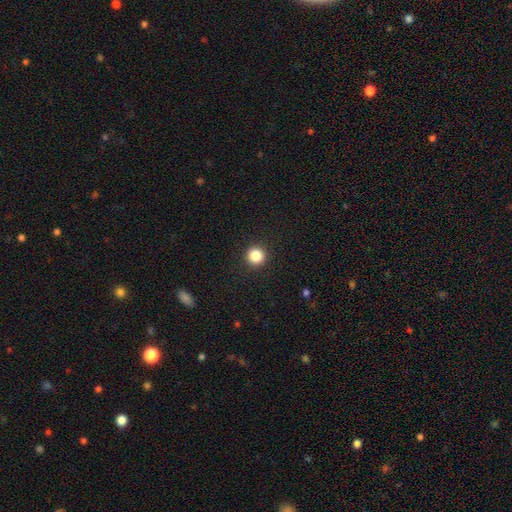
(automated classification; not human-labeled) Smooth or featured: smooth — 85% (star or artifact — 11%)
How rounded: round — 94% (in between — 5%)
Merging: none — 92% (minor disturbance — 5%)